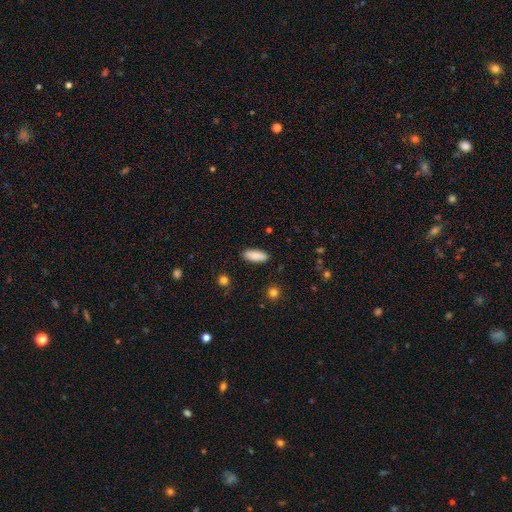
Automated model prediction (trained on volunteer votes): smooth_or_featured: smooth (p=0.89) [alt: star or artifact p=0.07]
how_rounded: in between (p=0.73) [alt: cigar-shaped p=0.25]
merging: none (p=0.89) [alt: minor disturbance p=0.08]